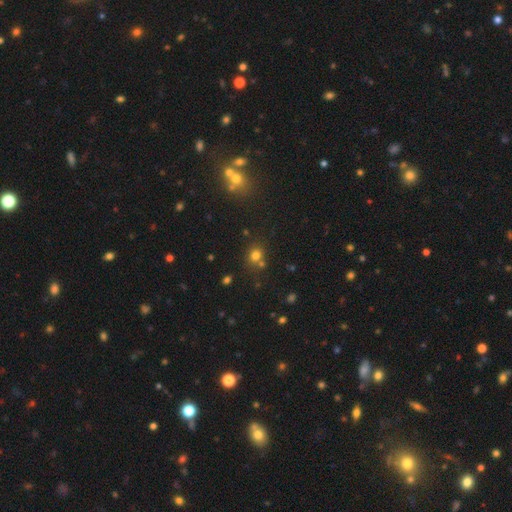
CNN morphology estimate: Overall: smooth (72%). How rounded: round (79%). Merging: none (66%).